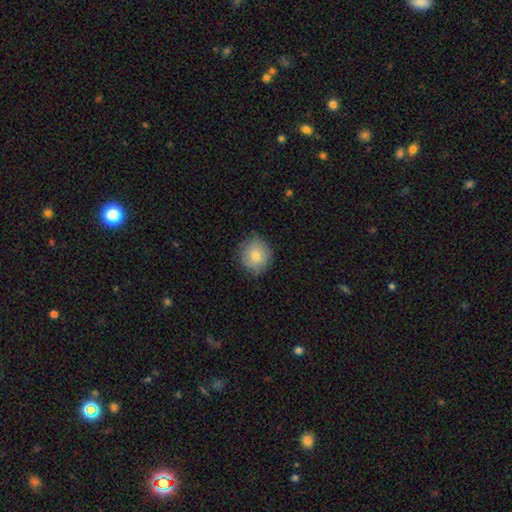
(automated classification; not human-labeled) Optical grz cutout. It shows a smooth galaxy with no disk features (80%) that is round (86%). Merging: none (83%).